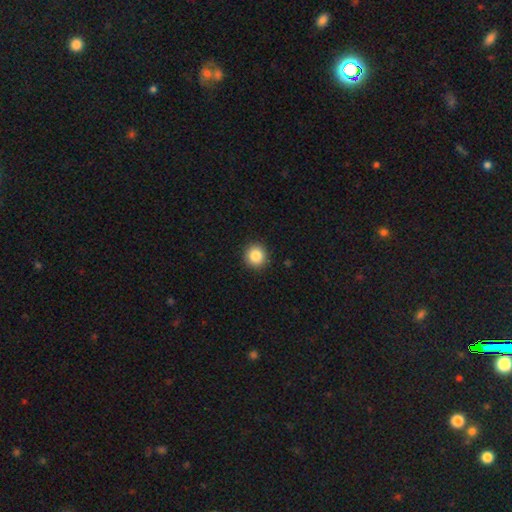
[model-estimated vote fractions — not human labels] A smooth galaxy with no disk features (86%) that is round (93%).

Vote fractions:
- Smooth or featured? smooth: 86% / star or artifact: 10% / featured or disk: 5%
- How rounded? round: 93% / in between: 6% / cigar-shaped: 1%
- Merging? none: 92% / minor disturbance: 5% / major disturbance: 2% / merger: 1%